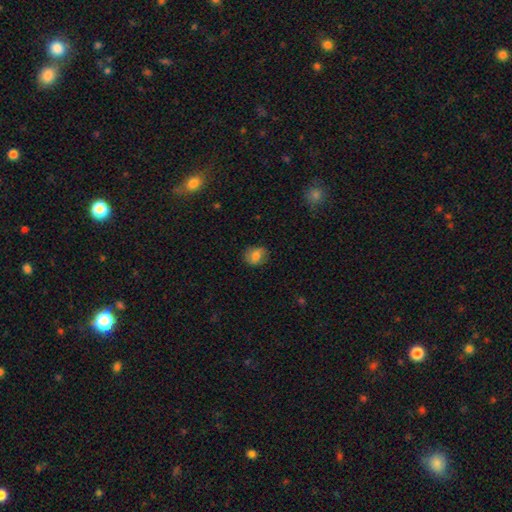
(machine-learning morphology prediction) A smooth galaxy with no disk features (74%) that is round (56%).

Vote fractions:
- Smooth or featured? smooth: 74% / featured or disk: 16% / star or artifact: 9%
- How rounded? round: 56% / in between: 43% / cigar-shaped: 1%
- Merging? none: 77% / minor disturbance: 17% / major disturbance: 5% / merger: 1%